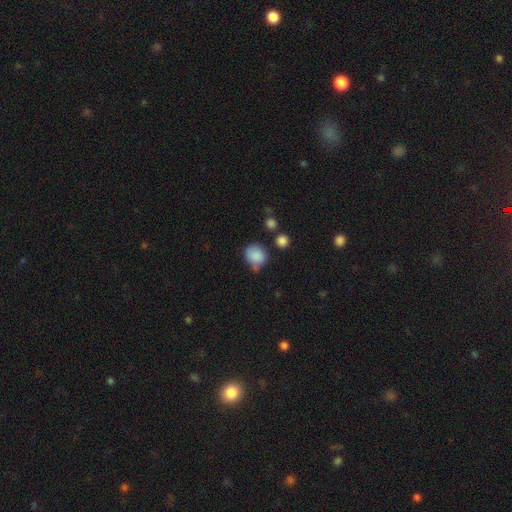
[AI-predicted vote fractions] A smooth galaxy with no disk features (84%) that is round (69%). Merging: none (55%).